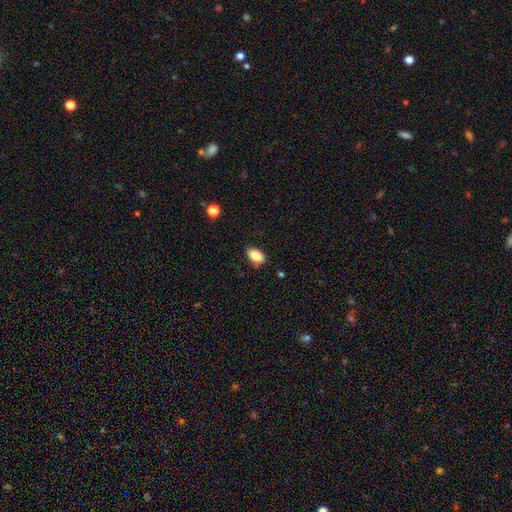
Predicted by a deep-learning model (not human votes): This appears to be a smooth galaxy with no disk features (88%) that is in between round and cigar-shaped (91%). Merging: none (84%).